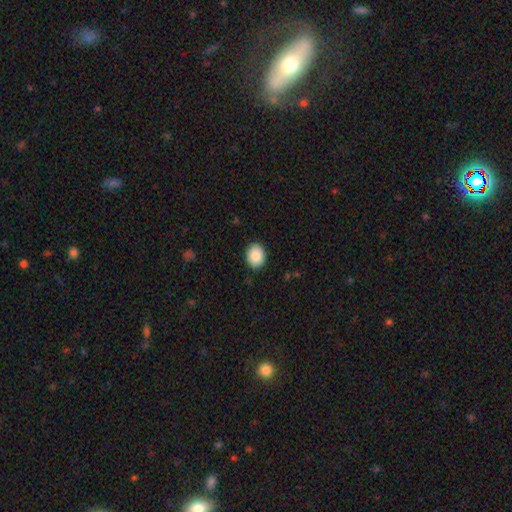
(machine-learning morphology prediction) smooth_or_featured: smooth (p=0.89) [alt: star or artifact p=0.07]
how_rounded: in between (p=0.50) [tied with: round p=0.50]
merging: none (p=0.89) [alt: minor disturbance p=0.08]